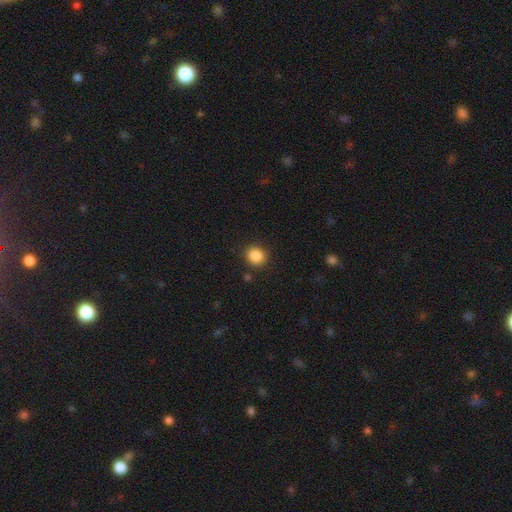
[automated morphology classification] This appears to be a smooth galaxy with no disk features (86%) that is round (80%). Merging: none (88%).